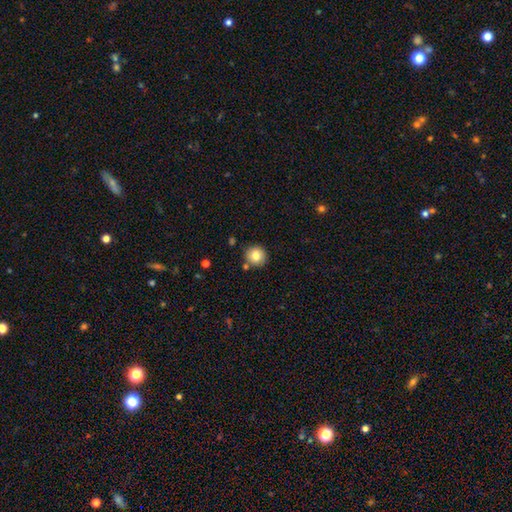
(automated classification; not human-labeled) This appears to be a smooth galaxy with no disk features (82%) that is round (92%). Merging: none (84%).